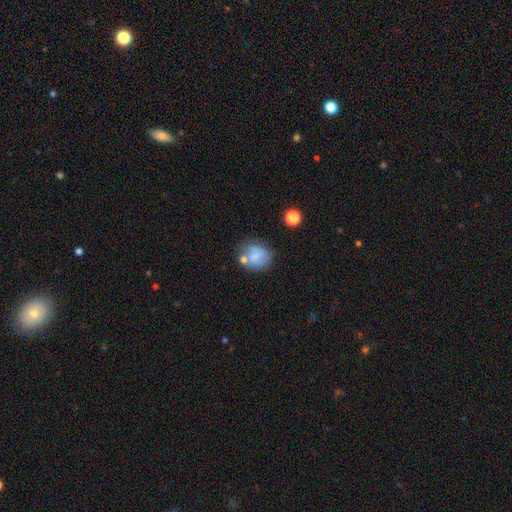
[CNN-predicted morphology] This is likely a smooth galaxy (66%). How rounded: likely round (66%). Merging: possibly none (52%).